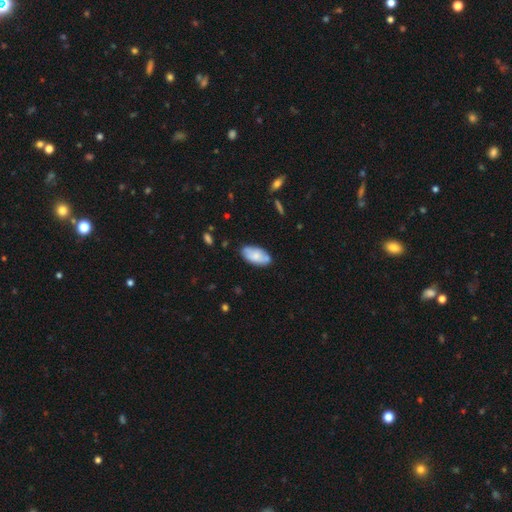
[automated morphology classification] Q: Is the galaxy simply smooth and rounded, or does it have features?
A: smooth — 69%.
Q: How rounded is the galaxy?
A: in between — 94%.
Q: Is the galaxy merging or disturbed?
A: none — 73%.